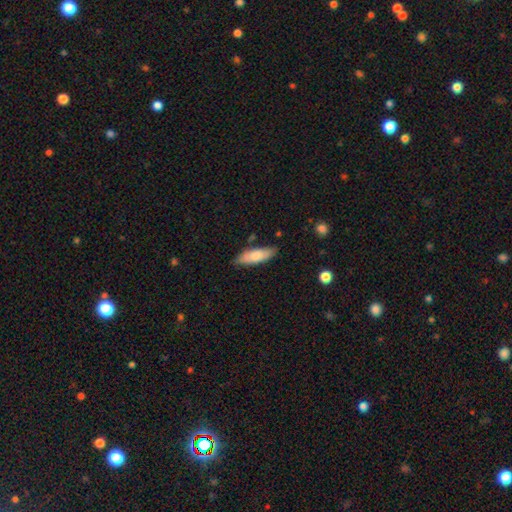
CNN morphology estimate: Smooth or featured: smooth — 78% (featured or disk — 16%)
How rounded: in between — 56% (cigar-shaped — 42%)
Merging: none — 77% (minor disturbance — 17%)